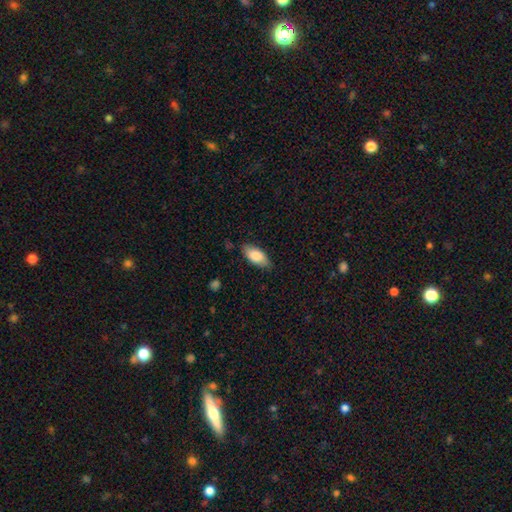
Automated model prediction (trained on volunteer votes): Smooth or featured?
  - smooth: 83% *
  - featured or disk: 11%
  - star or artifact: 6%
How rounded?
  - in between: 90% *
  - cigar-shaped: 8%
  - round: 2%
Merging?
  - none: 82% *
  - minor disturbance: 15%
  - major disturbance: 3%
  - merger: 1%